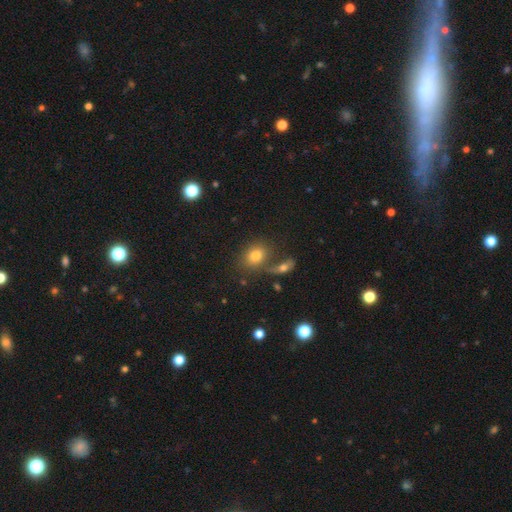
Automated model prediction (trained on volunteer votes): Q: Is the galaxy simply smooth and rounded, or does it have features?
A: smooth — 76%.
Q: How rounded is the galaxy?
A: in between — 60%.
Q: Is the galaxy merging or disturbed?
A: none — 52%.